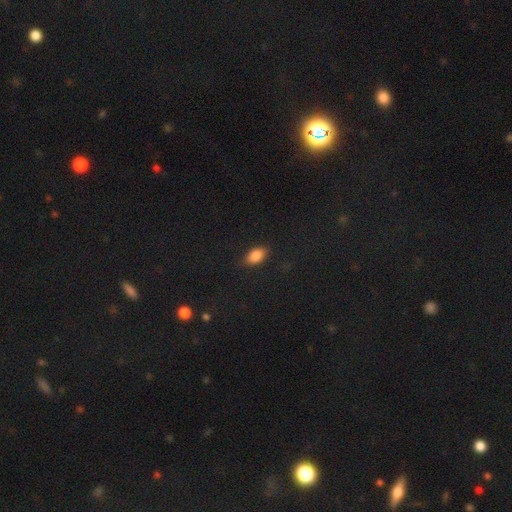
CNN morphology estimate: smooth 85%, star or artifact 9%, featured or disk 6%. Down the decision tree: how rounded — in between (87%); merging — none (82%).